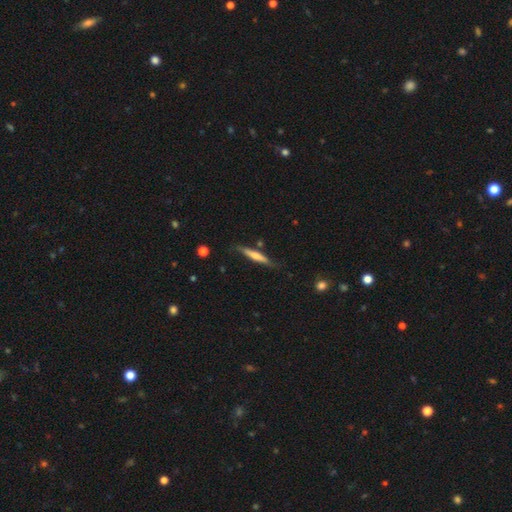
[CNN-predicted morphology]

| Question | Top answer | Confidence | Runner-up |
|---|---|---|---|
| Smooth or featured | smooth | 52% | featured or disk (43%) |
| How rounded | cigar-shaped | 91% | in between (7%) |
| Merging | none | 77% | minor disturbance (16%) |